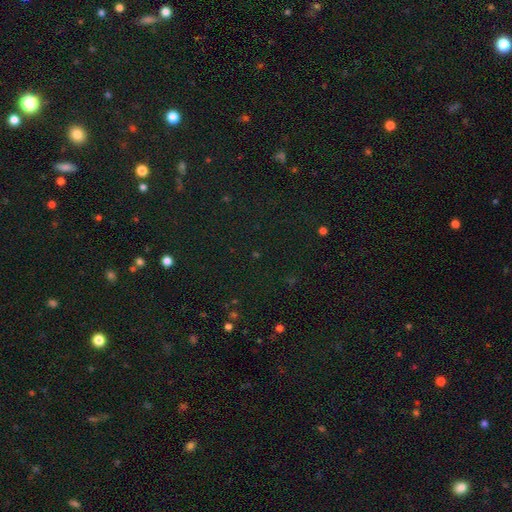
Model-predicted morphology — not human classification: A star or artifact, not a galaxy (74%).

Vote fractions:
- Smooth or featured? star or artifact: 74% / smooth: 17% / featured or disk: 9%